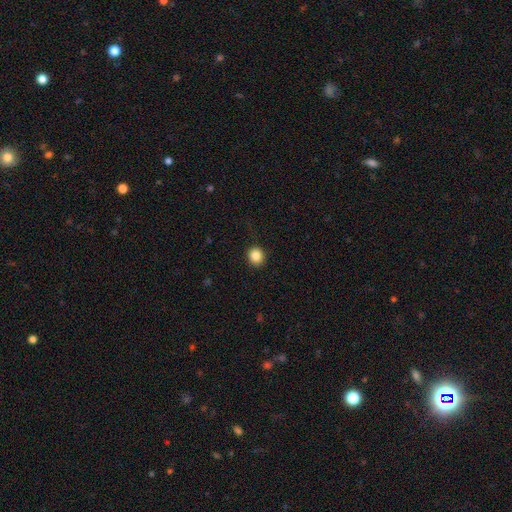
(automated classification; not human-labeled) A smooth galaxy with no disk features (85%) that is round (86%). Merging: none (89%).